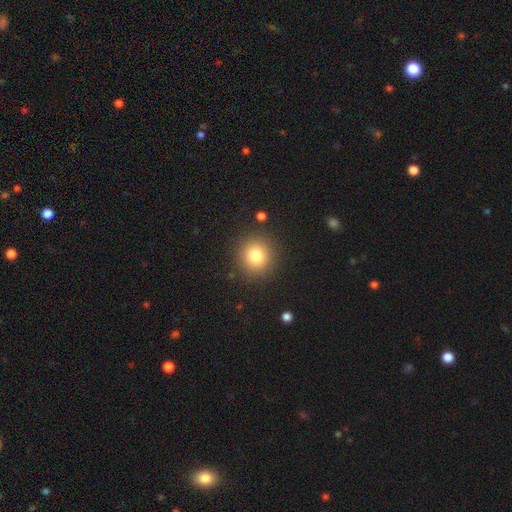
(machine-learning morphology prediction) A smooth galaxy with no disk features (82%) that is round (91%).

Vote fractions:
- Smooth or featured? smooth: 82% / star or artifact: 11% / featured or disk: 7%
- How rounded? round: 91% / in between: 8% / cigar-shaped: 1%
- Merging? none: 88% / minor disturbance: 7% / major disturbance: 3% / merger: 2%